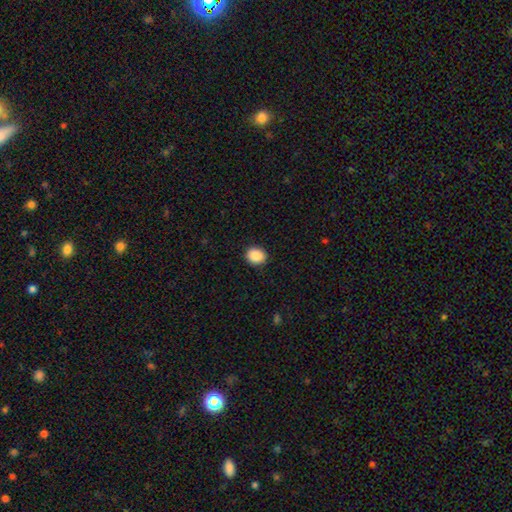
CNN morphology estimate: A smooth galaxy with no disk features (89%) that is round (65%).

Vote fractions:
- Smooth or featured? smooth: 89% / star or artifact: 8% / featured or disk: 3%
- How rounded? round: 65% / in between: 34% / cigar-shaped: 1%
- Merging? none: 91% / minor disturbance: 7% / major disturbance: 2% / merger: 1%